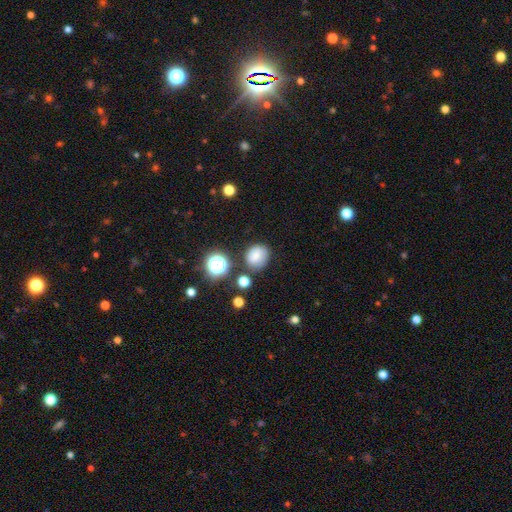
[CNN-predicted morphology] A smooth galaxy with no disk features (78%) that is round (62%). Merging: none (72%).